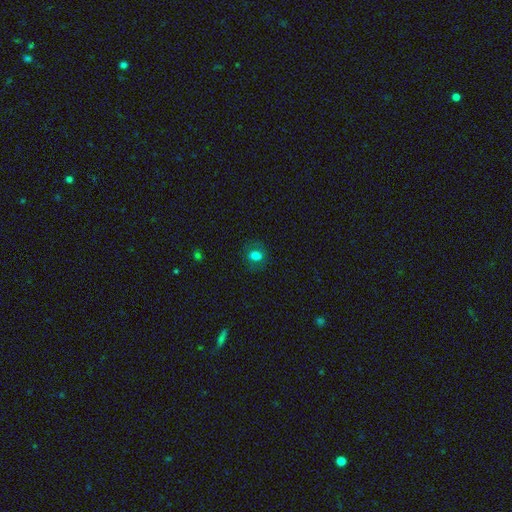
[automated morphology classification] Smooth or featured? smooth (75%)
How rounded? round (55%)
Merging? none (81%)